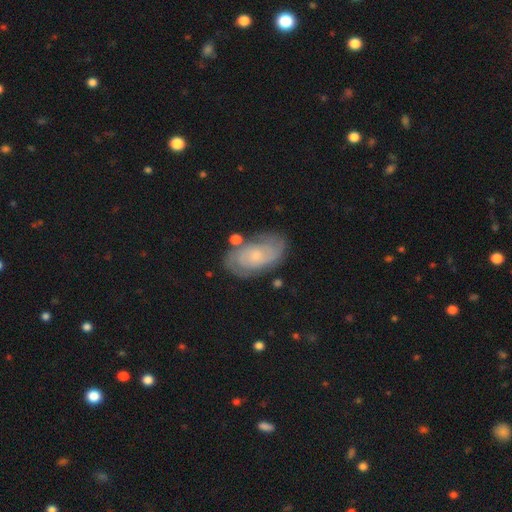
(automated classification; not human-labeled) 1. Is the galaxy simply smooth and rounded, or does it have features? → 75% featured or disk, 18% smooth, 7% star or artifact.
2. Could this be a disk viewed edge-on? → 96% no, 4% yes.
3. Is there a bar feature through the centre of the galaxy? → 72% no, 24% weak, 4% strong.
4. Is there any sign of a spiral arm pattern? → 92% yes, 8% no.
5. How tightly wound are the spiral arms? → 62% tight, 29% medium, 9% loose.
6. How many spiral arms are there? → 60% 2, 25% can't tell, 7% 3, 3% 1, 3% 4, 2% more than 4.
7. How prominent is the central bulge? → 69% small, 22% moderate, 6% none, 2% large, 1% dominant.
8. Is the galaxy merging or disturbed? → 73% none, 17% minor disturbance, 6% major disturbance, 4% merger.